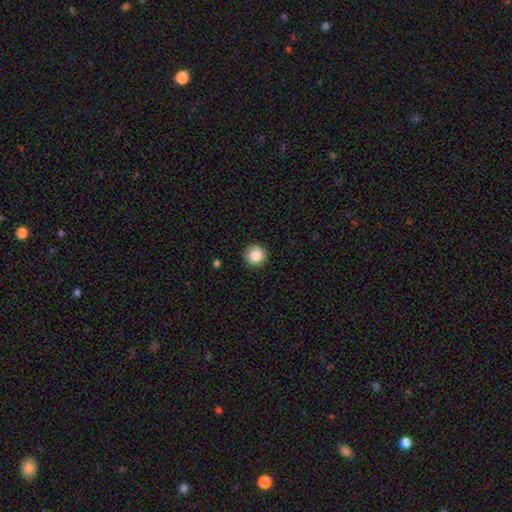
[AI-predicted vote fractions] Overall: smooth (86%). How rounded: round (95%). Merging: none (92%).